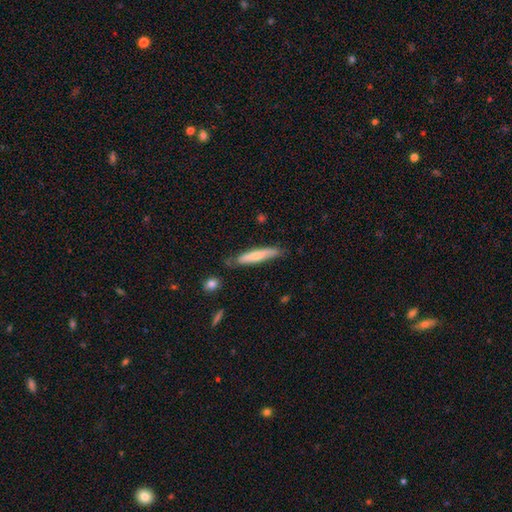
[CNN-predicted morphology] smooth-or-featured: smooth: 57% | featured or disk: 37% | star or artifact: 6%
  how-rounded: cigar-shaped: 86% | in between: 13% | round: 1%
  merging: none: 74% | minor disturbance: 20% | major disturbance: 4% | merger: 3%